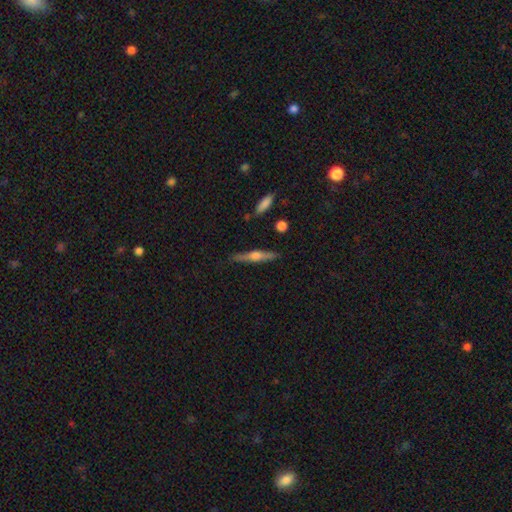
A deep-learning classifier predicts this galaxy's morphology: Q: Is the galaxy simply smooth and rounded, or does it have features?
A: featured or disk — 65%.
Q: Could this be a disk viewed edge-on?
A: yes — 97%.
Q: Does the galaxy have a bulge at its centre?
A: rounded — 86%.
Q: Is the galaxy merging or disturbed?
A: none — 87%.